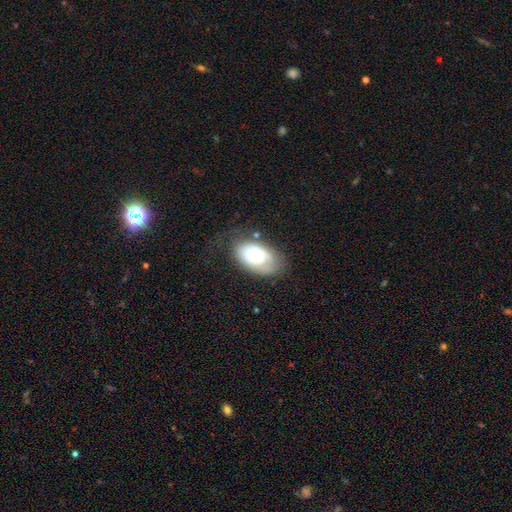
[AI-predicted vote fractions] Q: Smooth or featured?
A: smooth (53%); runner-up: featured or disk (39%)
Q: How rounded?
A: in between (91%); runner-up: round (7%)
Q: Merging?
A: none (56%); runner-up: minor disturbance (26%)